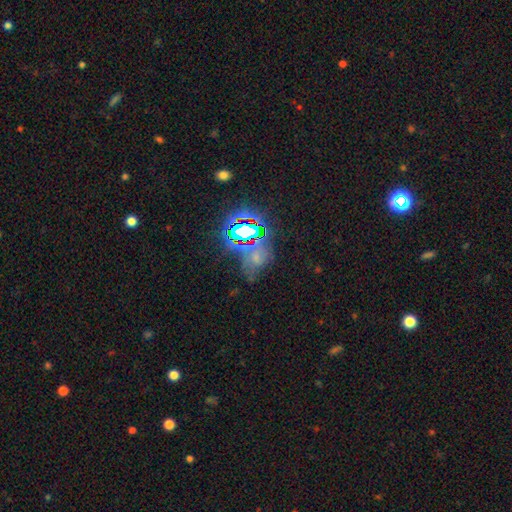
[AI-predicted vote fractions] Morphology: type=star or artifact (57%).